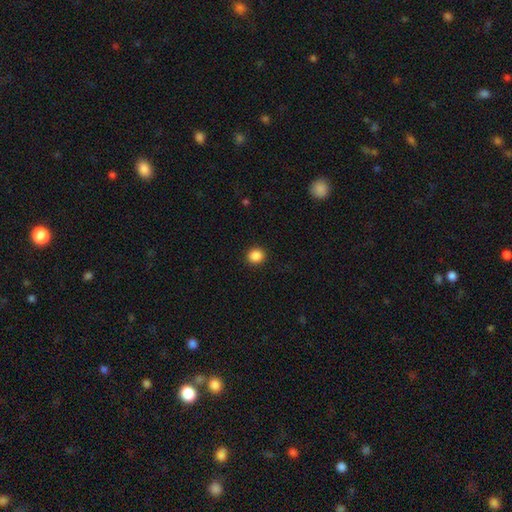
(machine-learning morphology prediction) Smooth or featured?
  - smooth: 87% *
  - star or artifact: 10%
  - featured or disk: 3%
How rounded?
  - round: 88% *
  - in between: 11%
  - cigar-shaped: 1%
Merging?
  - none: 93% *
  - minor disturbance: 5%
  - major disturbance: 2%
  - merger: 1%